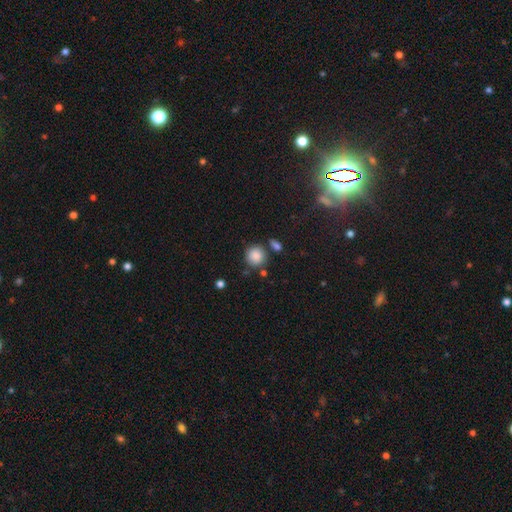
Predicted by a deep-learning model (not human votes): Smooth or featured? Predicted: smooth (p=0.86). How rounded? Predicted: round (p=0.88). Merging? Predicted: none (p=0.75).